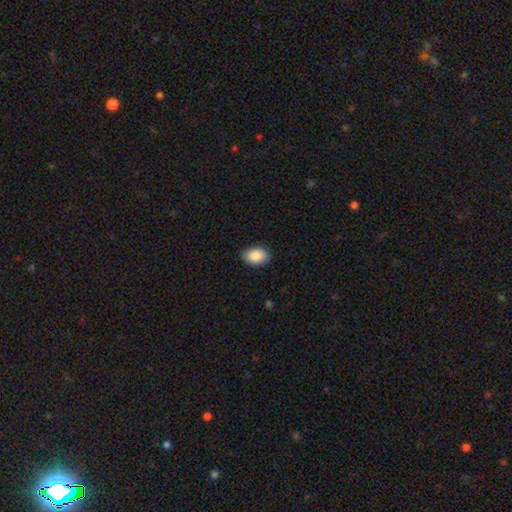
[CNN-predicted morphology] smooth-or-featured: smooth: 89% | star or artifact: 7% | featured or disk: 5%
  how-rounded: in between: 89% | round: 10% | cigar-shaped: 1%
  merging: none: 86% | minor disturbance: 11% | major disturbance: 2% | merger: 1%